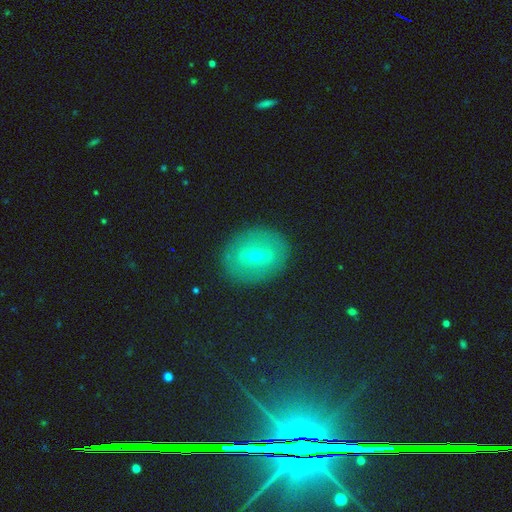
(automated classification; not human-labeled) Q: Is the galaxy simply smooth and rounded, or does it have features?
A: featured or disk — 59%.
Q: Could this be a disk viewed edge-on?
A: no — 87%.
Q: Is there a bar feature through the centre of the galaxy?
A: weak — 41%, tied with strong.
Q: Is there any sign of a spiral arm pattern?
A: no — 72%.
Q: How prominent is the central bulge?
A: small — 55%.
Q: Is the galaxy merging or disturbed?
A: none — 86%.